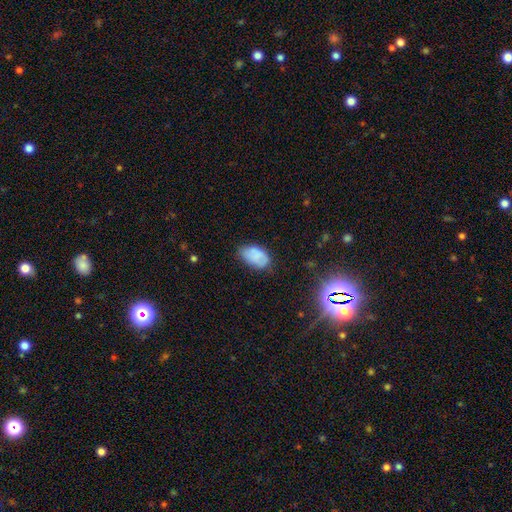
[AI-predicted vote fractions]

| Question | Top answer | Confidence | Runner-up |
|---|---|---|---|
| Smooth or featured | smooth | 77% | featured or disk (14%) |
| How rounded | in between | 93% | round (6%) |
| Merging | none | 63% | minor disturbance (28%) |